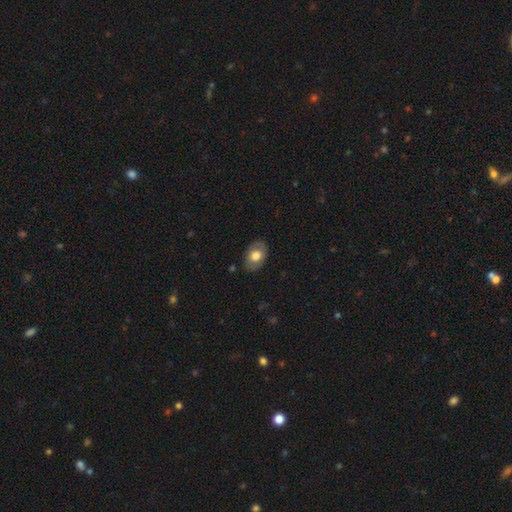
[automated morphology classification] Overall: smooth (67%). How rounded: in between (80%). Merging: none (83%).